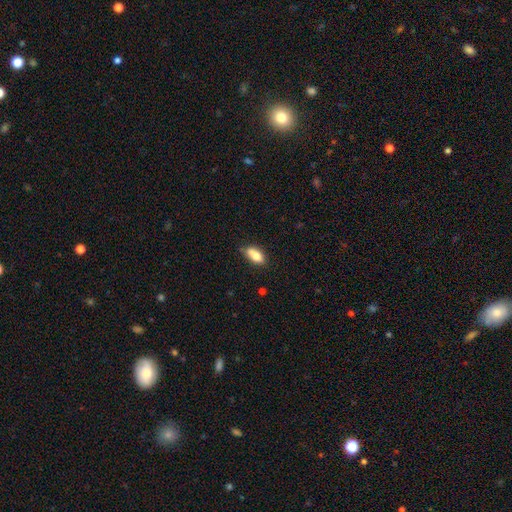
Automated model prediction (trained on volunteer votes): smooth-or-featured: smooth: 75% | featured or disk: 17% | star or artifact: 8%
  how-rounded: in between: 86% | cigar-shaped: 9% | round: 5%
  merging: none: 56% | minor disturbance: 22% | merger: 17% | major disturbance: 5%